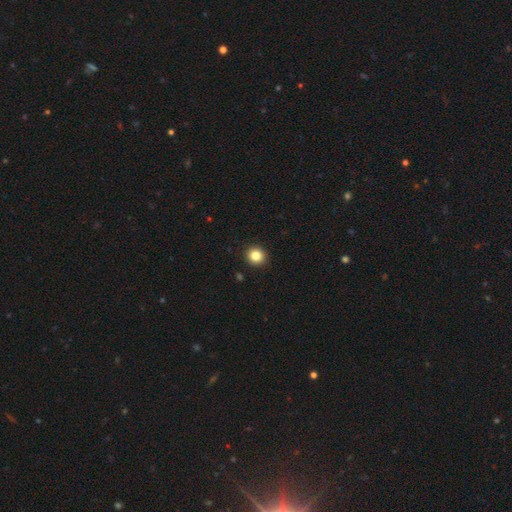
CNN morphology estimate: Smooth or featured?
  - smooth: 84% *
  - star or artifact: 11%
  - featured or disk: 5%
How rounded?
  - round: 88% *
  - in between: 11%
  - cigar-shaped: 1%
Merging?
  - none: 93% *
  - minor disturbance: 5%
  - major disturbance: 1%
  - merger: 1%